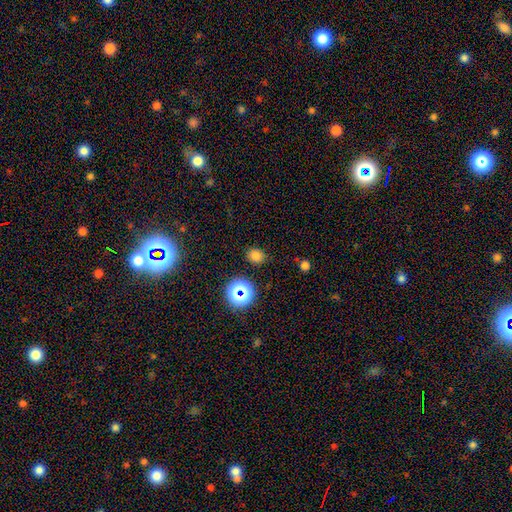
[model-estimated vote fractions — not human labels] Morphology: type=smooth (74%); roundness=round (69%); merging=none (83%).